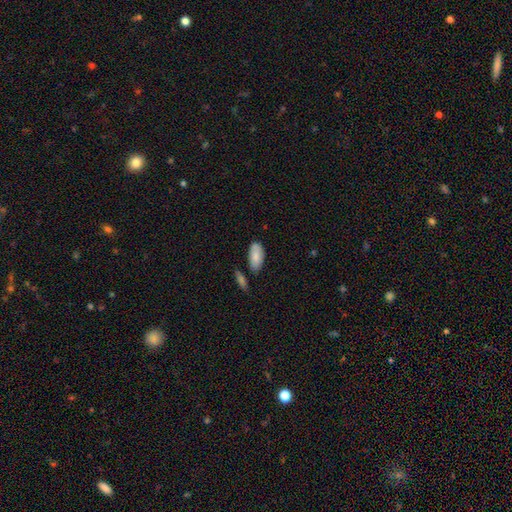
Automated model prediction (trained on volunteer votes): Smooth or featured: smooth — 84% (featured or disk — 10%)
How rounded: in between — 92% (cigar-shaped — 6%)
Merging: none — 68% (minor disturbance — 20%)